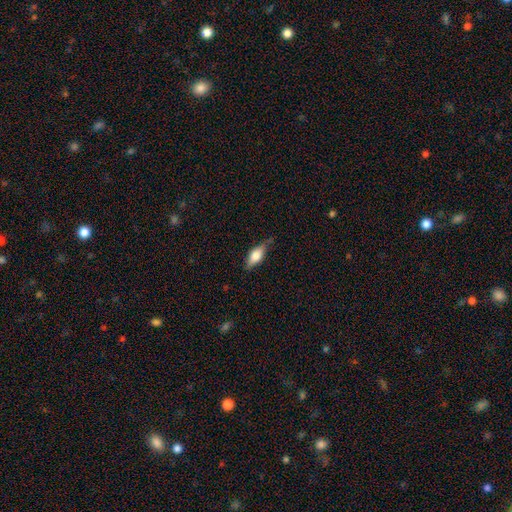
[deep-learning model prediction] This is possibly a smooth galaxy (59%). How rounded: likely in between (74%). Merging: likely none (70%).